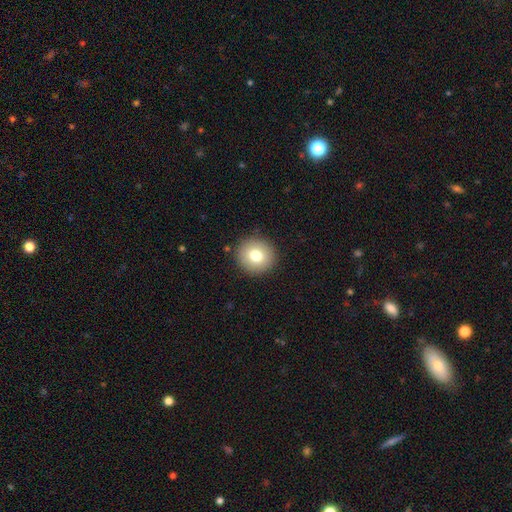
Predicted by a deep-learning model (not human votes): Overall: smooth (77%). How rounded: round (93%). Merging: none (91%).